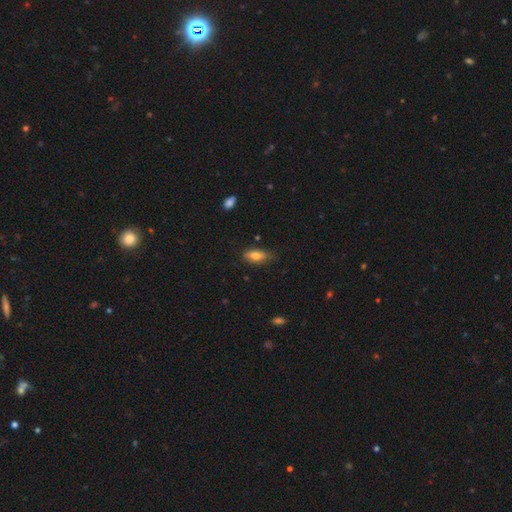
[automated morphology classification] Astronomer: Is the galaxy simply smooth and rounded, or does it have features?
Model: smooth — 74%.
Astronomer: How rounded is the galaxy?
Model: in between — 77%.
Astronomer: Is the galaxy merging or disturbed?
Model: none — 69%.